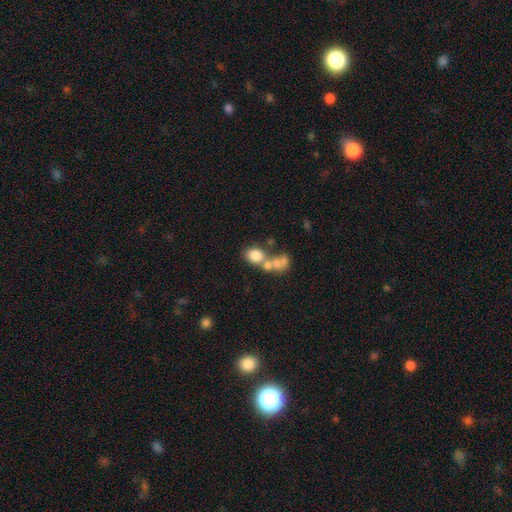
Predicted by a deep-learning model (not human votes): Q: Smooth or featured?
A: smooth (71%); runner-up: featured or disk (18%)
Q: How rounded?
A: in between (51%); runner-up: round (48%)
Q: Merging?
A: merger (54%); runner-up: none (31%)